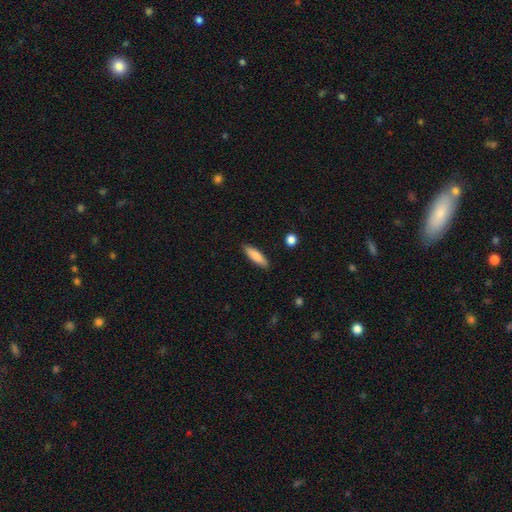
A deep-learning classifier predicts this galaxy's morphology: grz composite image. It shows a smooth galaxy with no disk features (85%) that is cigar-shaped (58%). Merging: none (88%).